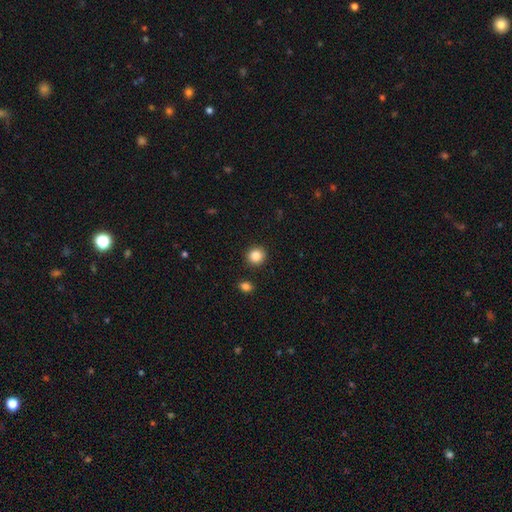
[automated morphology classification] smooth-or-featured: smooth: 86% | star or artifact: 10% | featured or disk: 4%
  how-rounded: round: 90% | in between: 9% | cigar-shaped: 1%
  merging: none: 90% | minor disturbance: 6% | merger: 2% | major disturbance: 2%